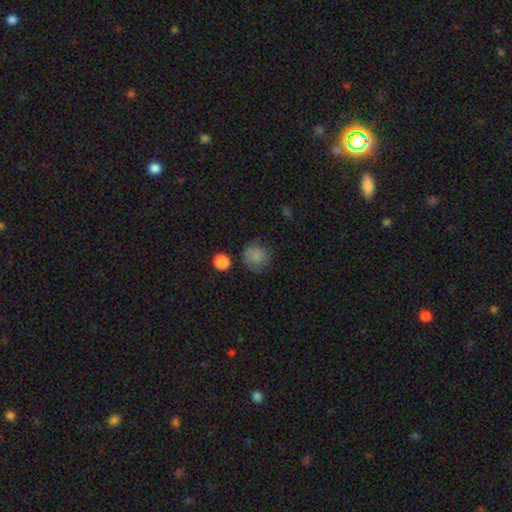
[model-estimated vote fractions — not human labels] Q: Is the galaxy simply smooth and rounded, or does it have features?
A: smooth — 83%.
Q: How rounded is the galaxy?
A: round — 89%.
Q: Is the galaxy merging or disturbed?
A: none — 73%.